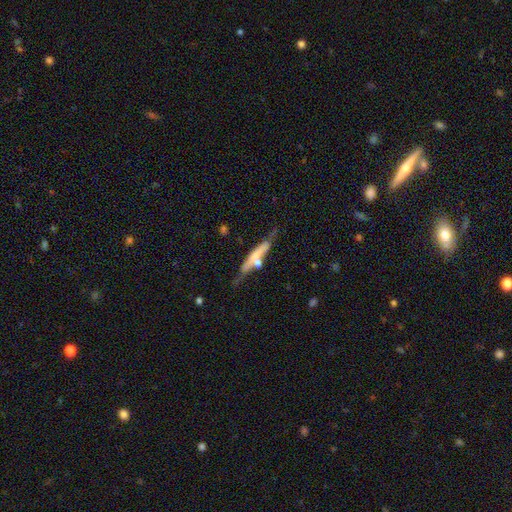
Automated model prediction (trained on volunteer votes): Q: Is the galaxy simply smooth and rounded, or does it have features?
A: smooth — 47%.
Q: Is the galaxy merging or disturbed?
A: none — 54%.